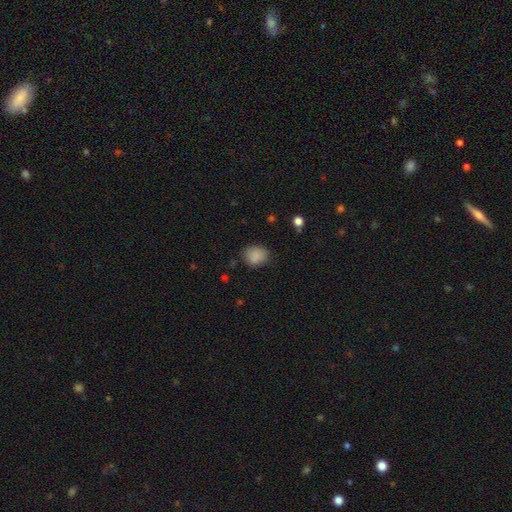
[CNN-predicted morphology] A smooth galaxy with no disk features (83%) that is round (56%). Merging: none (74%).